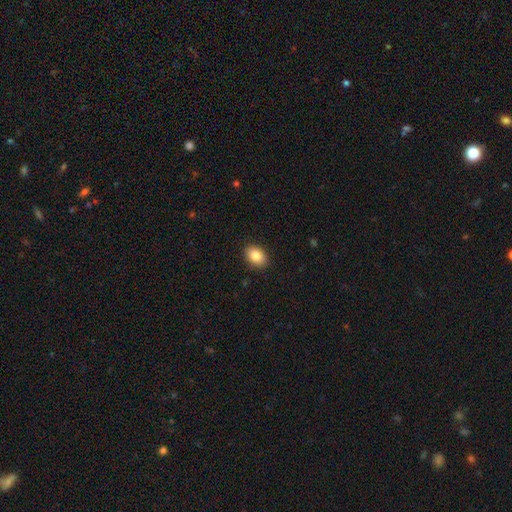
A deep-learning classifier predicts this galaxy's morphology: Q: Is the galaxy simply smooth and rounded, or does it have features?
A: smooth — 86%.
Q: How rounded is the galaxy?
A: in between — 78%.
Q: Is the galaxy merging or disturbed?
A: none — 89%.